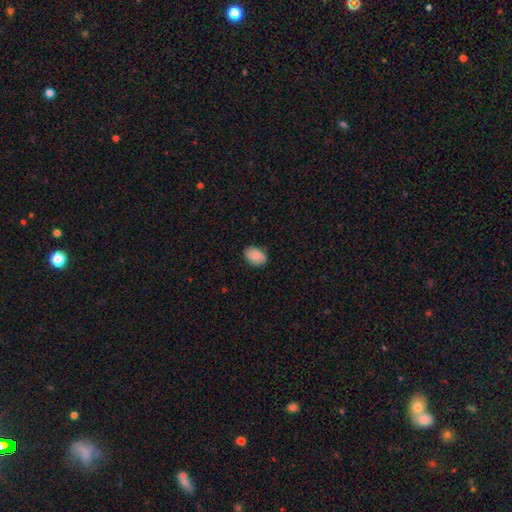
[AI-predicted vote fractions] This is clearly a smooth galaxy (85%). How rounded: clearly in between (83%). Merging: clearly none (84%).